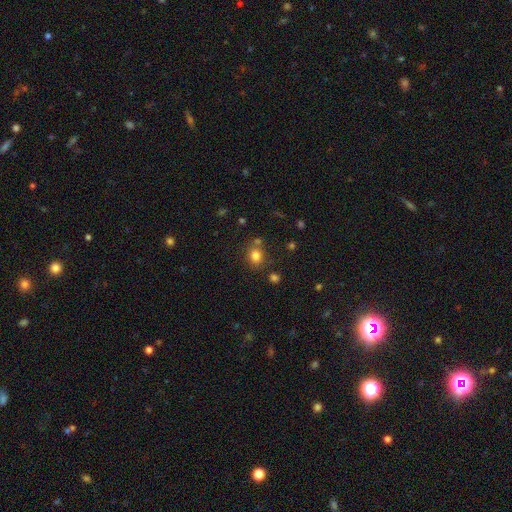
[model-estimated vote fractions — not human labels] This is likely a smooth galaxy (79%). How rounded: likely round (63%). Merging: likely none (71%).